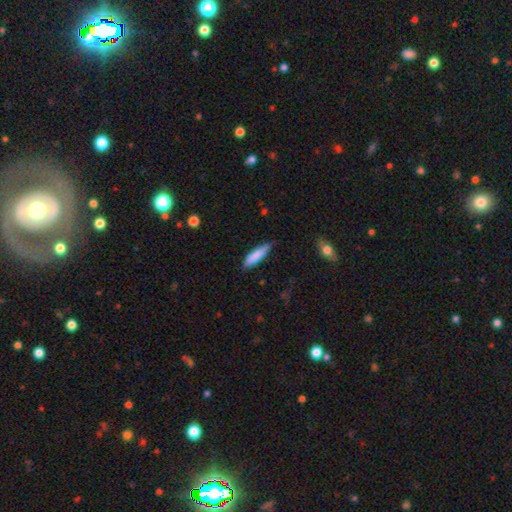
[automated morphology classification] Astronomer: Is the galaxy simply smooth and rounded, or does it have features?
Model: smooth — 83%.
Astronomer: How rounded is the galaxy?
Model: cigar-shaped — 70%.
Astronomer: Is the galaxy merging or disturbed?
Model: none — 73%.